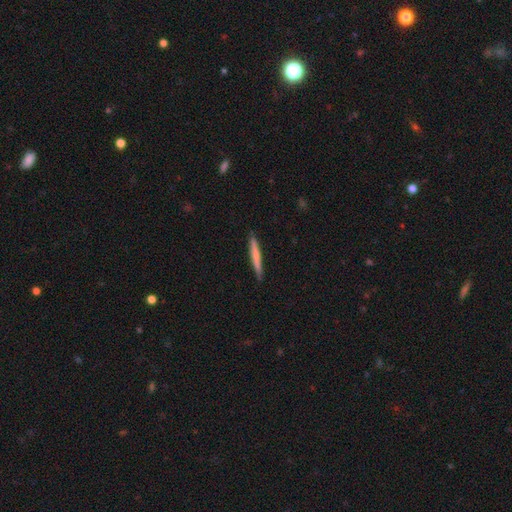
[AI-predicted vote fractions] This appears to be a smooth galaxy with no disk features (62%) that is cigar-shaped (96%). Merging: none (89%).